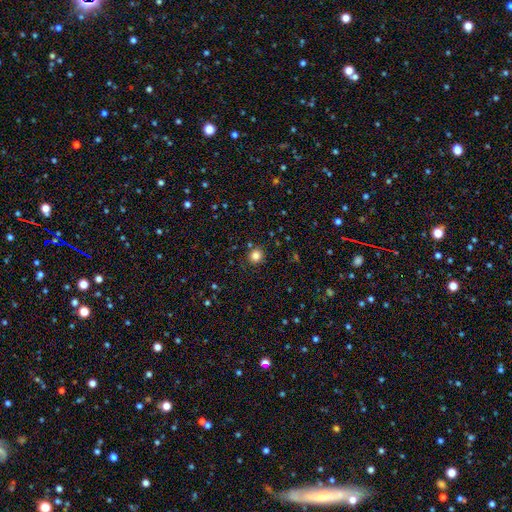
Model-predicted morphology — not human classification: Overall: smooth (83%). How rounded: round (89%). Merging: none (88%).